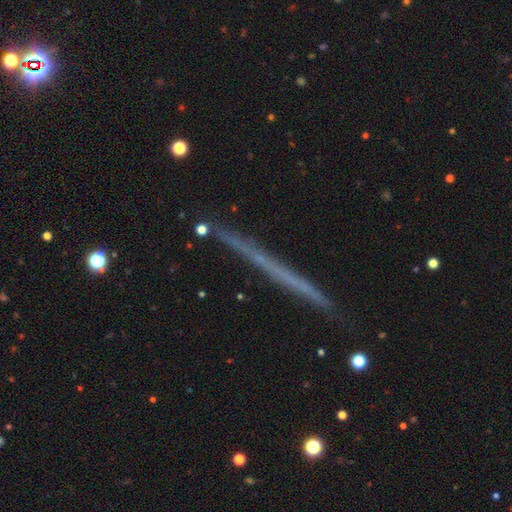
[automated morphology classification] Q: Smooth or featured?
A: featured or disk (54%); runner-up: smooth (38%)
Q: Edge-on disk?
A: yes (97%); runner-up: no (3%)
Q: Edge-on bulge?
A: none (95%); runner-up: rounded (3%)
Q: Merging?
A: none (89%); runner-up: minor disturbance (8%)